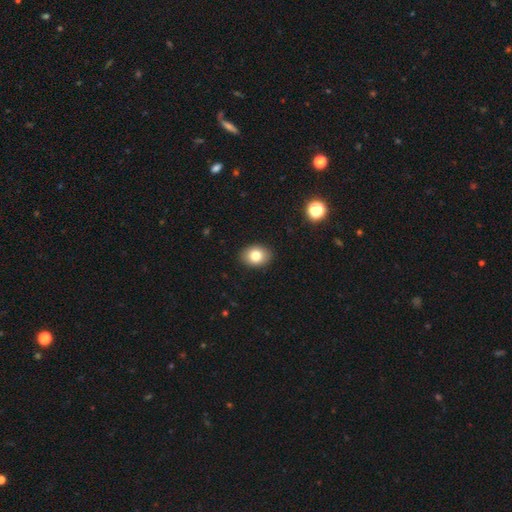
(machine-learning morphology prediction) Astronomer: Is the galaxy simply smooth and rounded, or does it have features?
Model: smooth — 80%.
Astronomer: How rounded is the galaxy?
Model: in between — 63%.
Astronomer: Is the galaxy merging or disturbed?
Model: none — 90%.